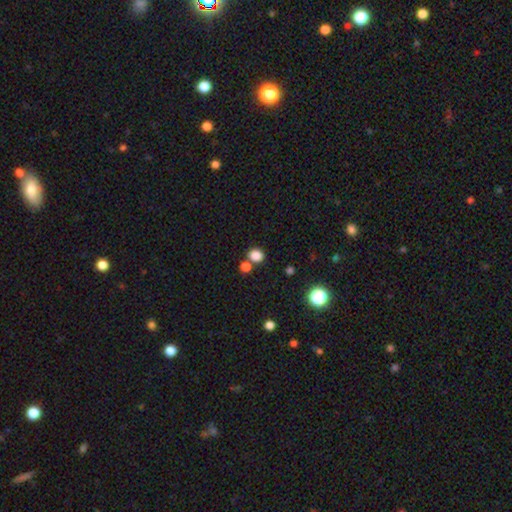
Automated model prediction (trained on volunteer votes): The model was most divided on "how rounded": round: 67%, in between: 32%, cigar-shaped: 1%. More confident: smooth or featured — smooth (83%); merging — none (68%).